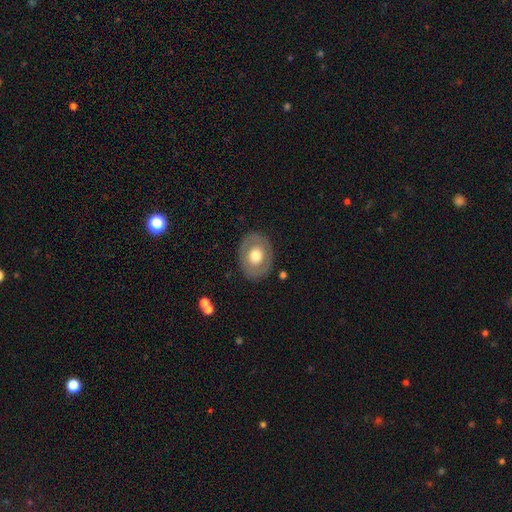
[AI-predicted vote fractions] This is possibly a smooth galaxy (55%). How rounded: likely in between (60%). Merging: clearly none (85%).